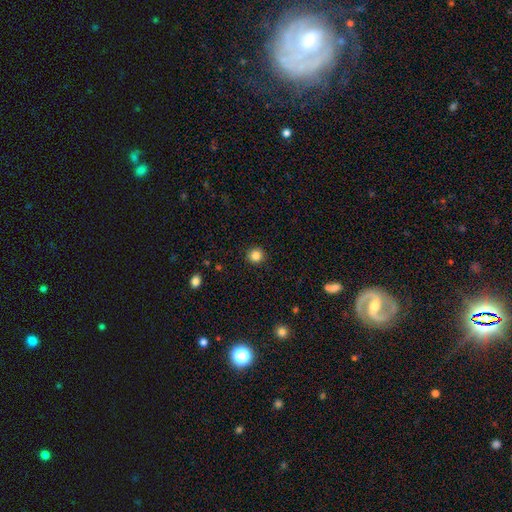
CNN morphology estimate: The model was most divided on "smooth or featured": smooth: 84%, star or artifact: 11%, featured or disk: 5%. More confident: how rounded — round (93%); merging — none (91%).